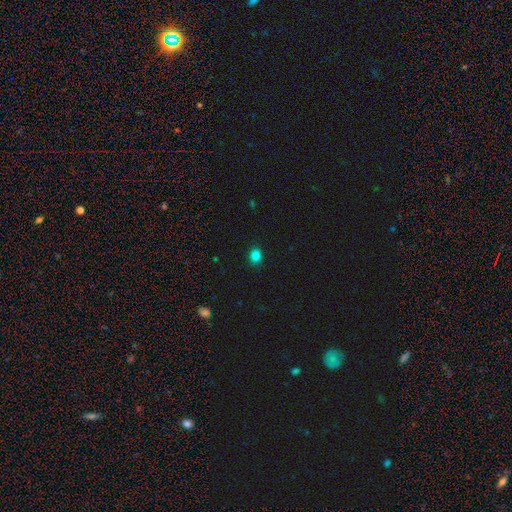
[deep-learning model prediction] Overall: smooth (82%). How rounded: round (55%; in between 44%). Merging: none (88%).